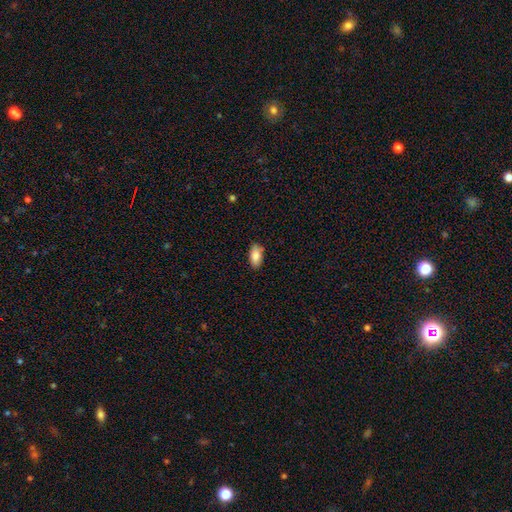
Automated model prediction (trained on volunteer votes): This appears to be a smooth galaxy with no disk features (86%) that is in between round and cigar-shaped (92%). Merging: none (85%).